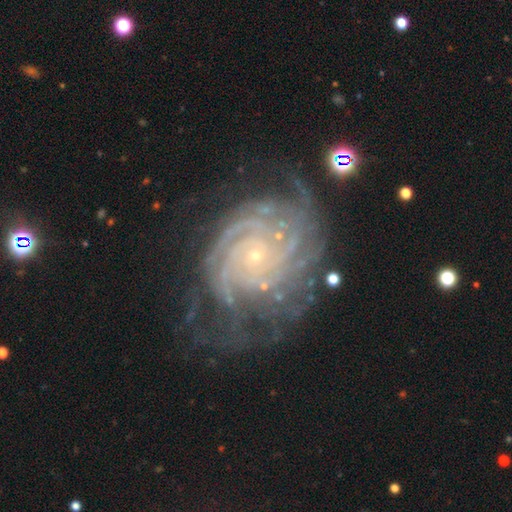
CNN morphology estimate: The model was most divided on "spiral arm count": more than 4: 26%, 4: 24%, can't tell: 19%, 3: 13%, 2: 10%, 1: 7%. More confident: spiral arms — yes (98%); edge-on disk — no (97%); smooth or featured — featured or disk (89%); bulge size — small (87%); spiral winding — tight (81%); bar — no (80%); merging — none (63%).